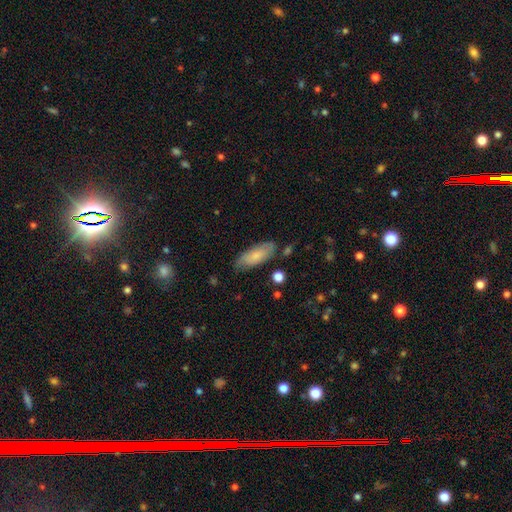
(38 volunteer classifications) smooth-or-featured: smooth: 63% | featured or disk: 32% | star or artifact: 5%
  how-rounded: in between: 92% | cigar-shaped: 8% | round: 0%
  merging: none: 75% | minor disturbance: 22% | major disturbance: 3% | merger: 0%